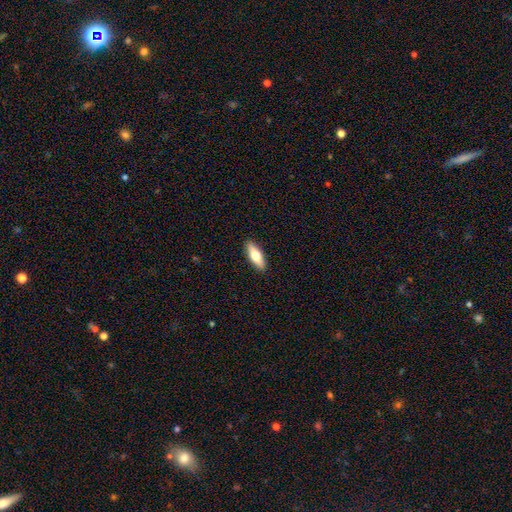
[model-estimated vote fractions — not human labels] Overall: smooth (67%; featured or disk 28%). How rounded: in between (59%; cigar-shaped 39%). Merging: none (91%).